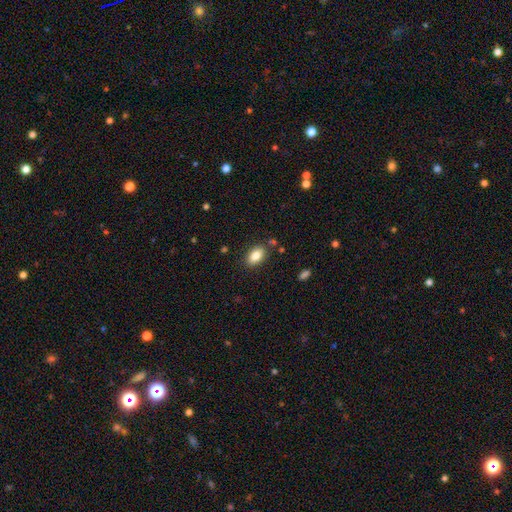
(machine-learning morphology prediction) Smooth or featured?
  - smooth: 84% *
  - star or artifact: 8%
  - featured or disk: 8%
How rounded?
  - in between: 90% *
  - round: 8%
  - cigar-shaped: 2%
Merging?
  - none: 84% *
  - minor disturbance: 10%
  - merger: 3%
  - major disturbance: 3%